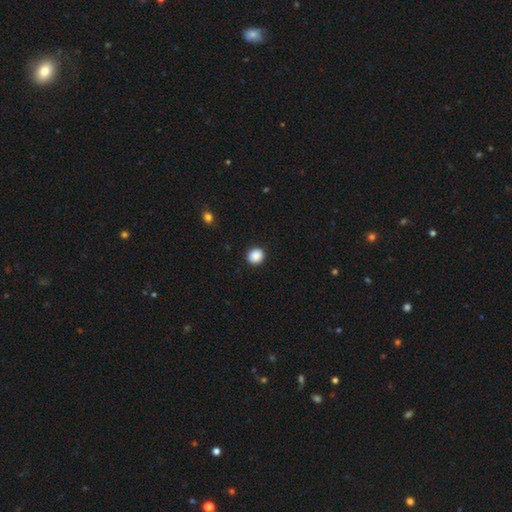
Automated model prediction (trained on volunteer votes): Smooth or featured: smooth — 89% (star or artifact — 9%)
How rounded: round — 87% (in between — 12%)
Merging: none — 92% (minor disturbance — 5%)